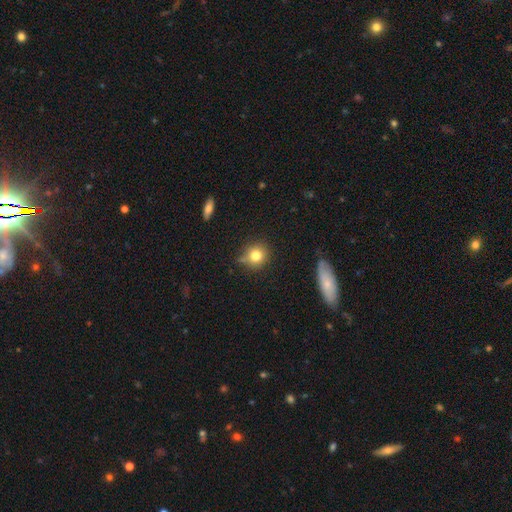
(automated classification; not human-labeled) A smooth galaxy with no disk features (79%) that is round (86%). Merging: none (74%).